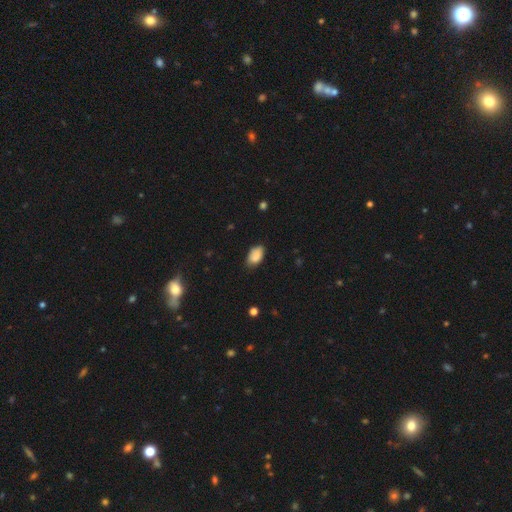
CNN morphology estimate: type=smooth (87%); roundness=in between (93%); merging=none (71%).